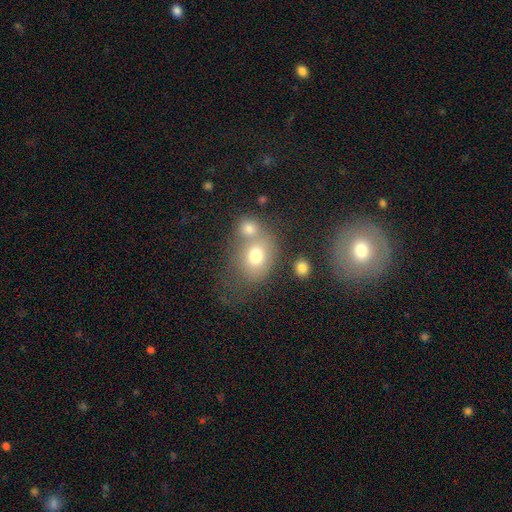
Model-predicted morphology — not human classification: The model was most divided on "merging": merger: 44%, none: 36%, minor disturbance: 12%, major disturbance: 8%. More confident: smooth or featured — smooth (72%); how rounded — round (54%).